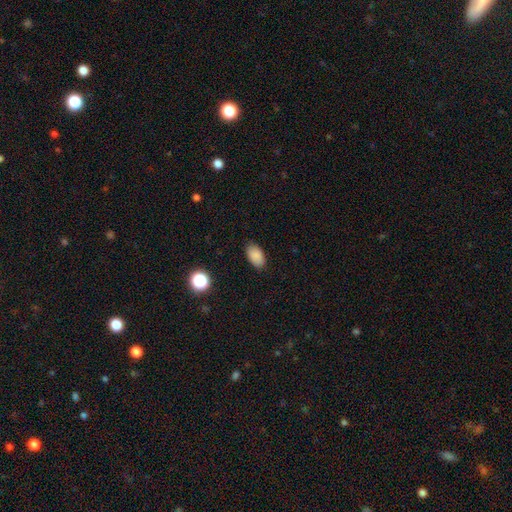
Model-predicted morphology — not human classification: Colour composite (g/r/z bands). It shows a smooth galaxy with no disk features (87%) that is in between round and cigar-shaped (92%). Merging: none (86%).